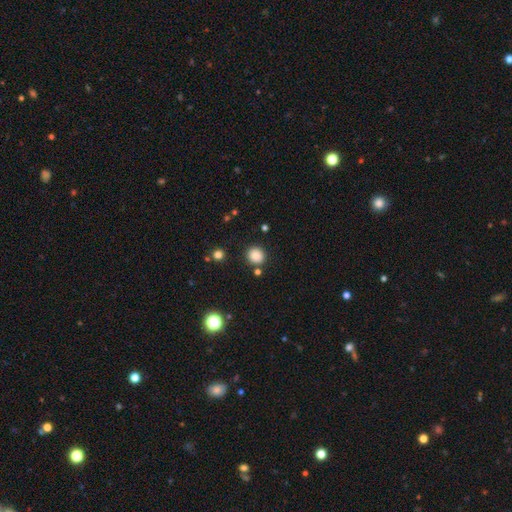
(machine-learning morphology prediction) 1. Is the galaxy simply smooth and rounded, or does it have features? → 85% smooth, 11% star or artifact, 4% featured or disk.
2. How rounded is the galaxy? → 86% round, 14% in between, 1% cigar-shaped.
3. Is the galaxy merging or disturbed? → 85% none, 8% minor disturbance, 4% merger, 3% major disturbance.